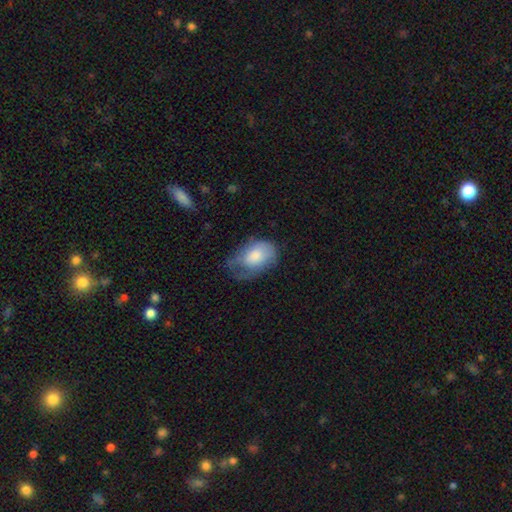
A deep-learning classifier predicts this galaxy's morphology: This appears to be a smooth galaxy with no disk features (69%) that is in between round and cigar-shaped (85%). Merging: minor disturbance (37%).